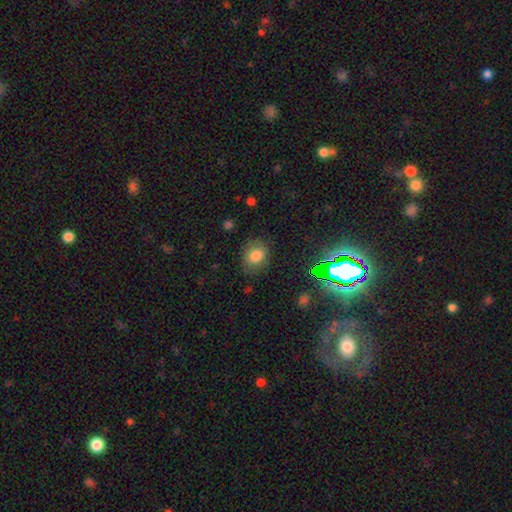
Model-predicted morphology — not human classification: Smooth or featured?
  - smooth: 78% *
  - star or artifact: 13%
  - featured or disk: 9%
How rounded?
  - round: 51% *
  - in between: 48%
  - cigar-shaped: 1%
Merging?
  - none: 79% *
  - minor disturbance: 15%
  - major disturbance: 5%
  - merger: 1%